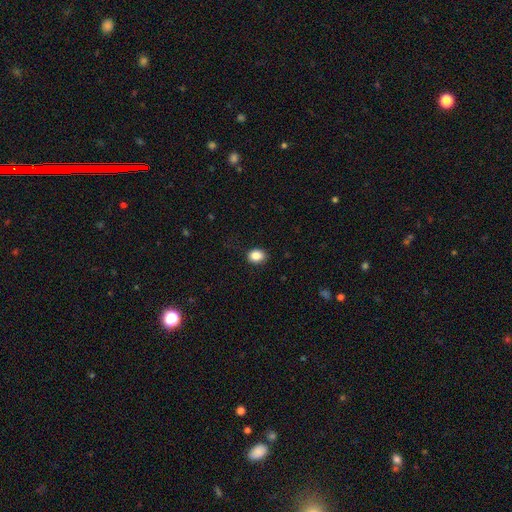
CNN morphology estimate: type=smooth (87%); roundness=in between (55%); merging=none (85%).